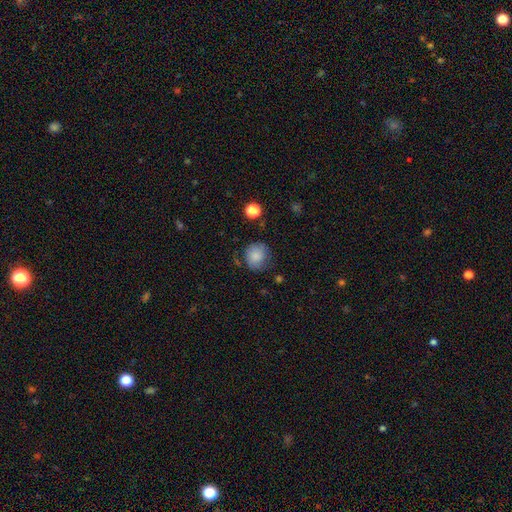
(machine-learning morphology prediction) type=smooth (83%); roundness=round (83%); merging=none (69%).